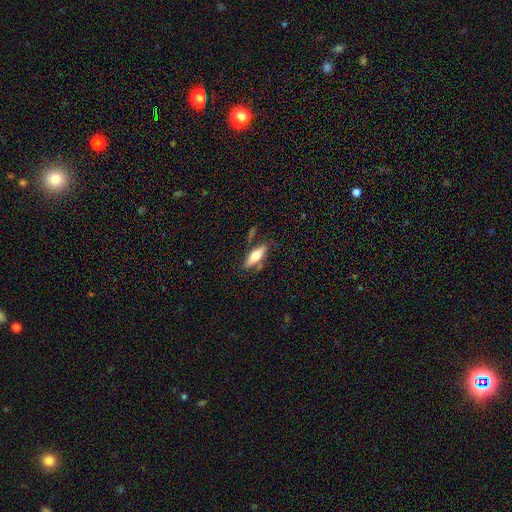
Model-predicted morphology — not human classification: Smooth or featured? smooth (57%)
How rounded? cigar-shaped (53%)
Merging? none (71%)